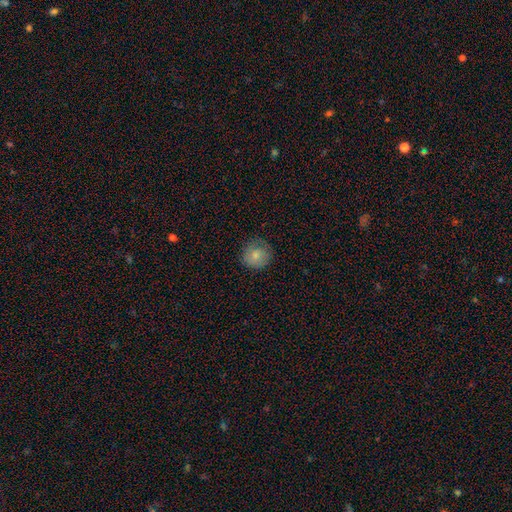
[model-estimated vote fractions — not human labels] This appears to be a smooth galaxy with no disk features (80%) that is round (89%). Merging: none (76%).